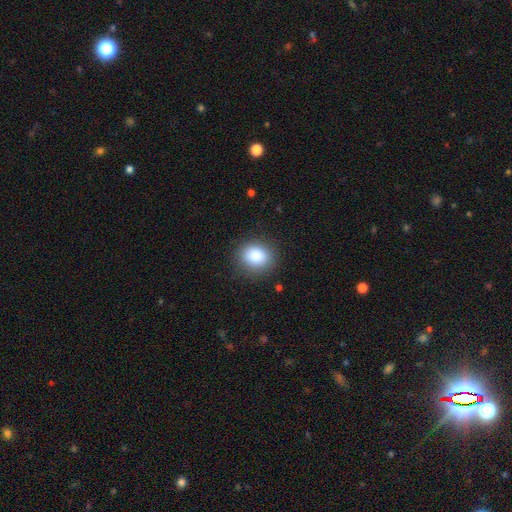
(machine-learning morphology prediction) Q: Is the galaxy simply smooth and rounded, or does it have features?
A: smooth — 85%.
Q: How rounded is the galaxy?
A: round — 66%.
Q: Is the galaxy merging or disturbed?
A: none — 86%.